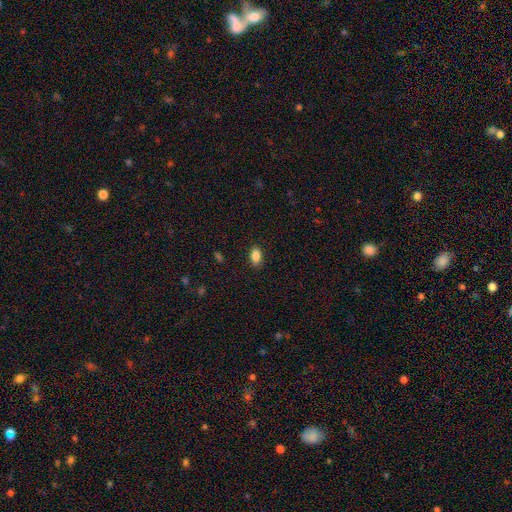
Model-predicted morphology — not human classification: Q: Smooth or featured?
A: smooth (87%); runner-up: star or artifact (9%)
Q: How rounded?
A: in between (90%); runner-up: round (8%)
Q: Merging?
A: none (86%); runner-up: minor disturbance (11%)